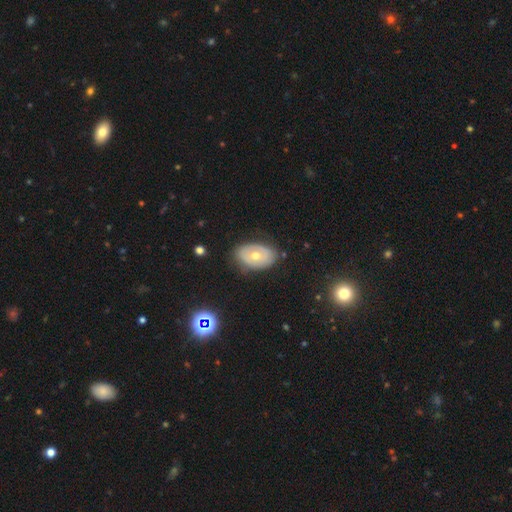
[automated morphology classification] smooth_or_featured: smooth (p=0.45) [tied with: featured or disk p=0.45]
merging: none (p=0.79) [alt: minor disturbance p=0.15]